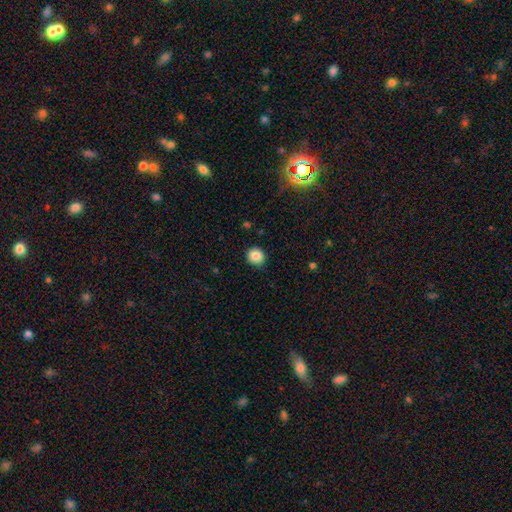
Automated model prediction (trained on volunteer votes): A smooth galaxy with no disk features (86%) that is round (90%).

Vote fractions:
- Smooth or featured? smooth: 86% / star or artifact: 10% / featured or disk: 4%
- How rounded? round: 90% / in between: 9% / cigar-shaped: 1%
- Merging? none: 89% / minor disturbance: 8% / major disturbance: 2% / merger: 1%